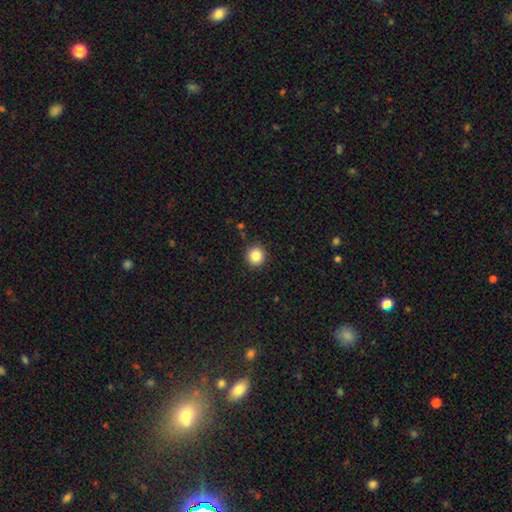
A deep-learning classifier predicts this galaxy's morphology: smooth_or_featured: smooth (p=0.85) [alt: star or artifact p=0.11]
how_rounded: round (p=0.94) [alt: in between p=0.05]
merging: none (p=0.91) [alt: minor disturbance p=0.06]